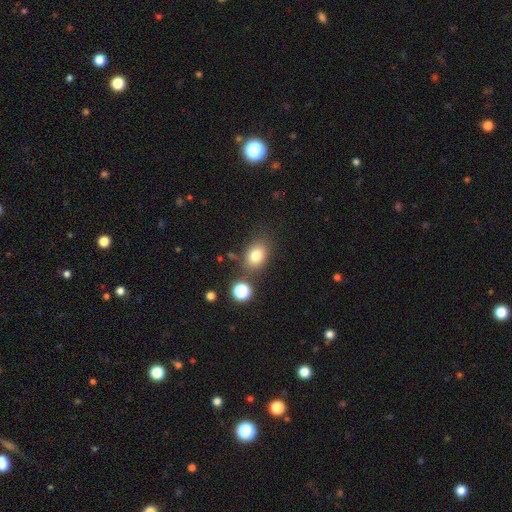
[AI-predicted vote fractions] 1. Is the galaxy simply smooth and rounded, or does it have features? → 80% smooth, 12% star or artifact, 9% featured or disk.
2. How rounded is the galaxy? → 66% in between, 32% round, 1% cigar-shaped.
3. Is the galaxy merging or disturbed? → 75% none, 13% minor disturbance, 8% merger, 4% major disturbance.